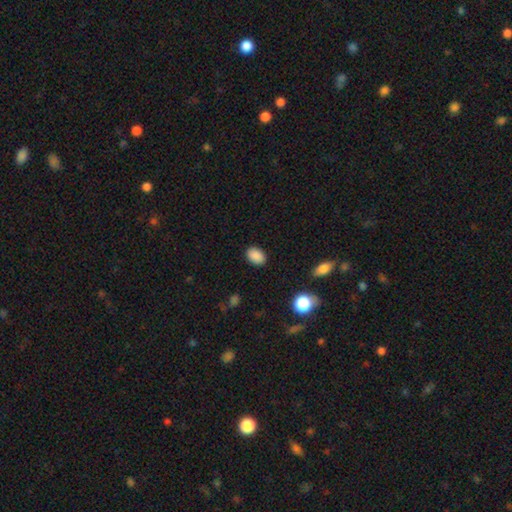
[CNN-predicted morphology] Smooth or featured? Predicted: smooth (p=0.88). How rounded? Predicted: in between (p=0.81). Merging? Predicted: none (p=0.88).